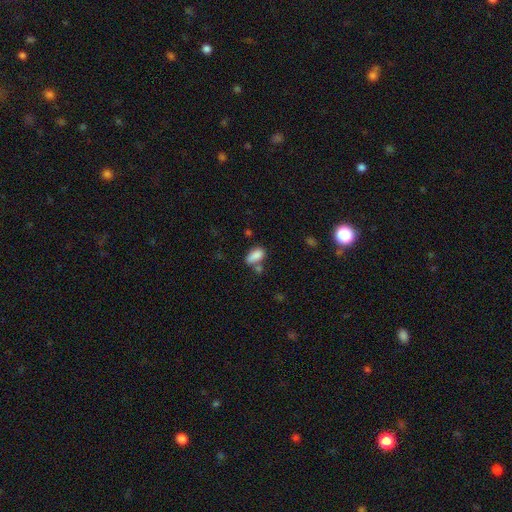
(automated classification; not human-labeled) A smooth galaxy with no disk features (85%) that is in between round and cigar-shaped (91%). Merging: none (54%).